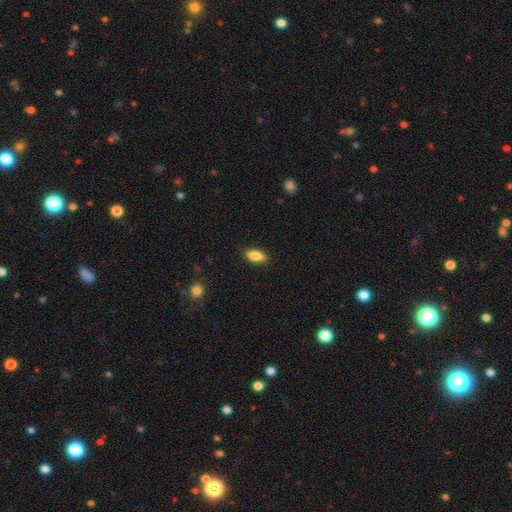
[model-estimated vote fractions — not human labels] A smooth galaxy with no disk features (83%) that is in between round and cigar-shaped (83%).

Vote fractions:
- Smooth or featured? smooth: 83% / featured or disk: 10% / star or artifact: 7%
- How rounded? in between: 83% / cigar-shaped: 13% / round: 4%
- Merging? none: 84% / minor disturbance: 13% / major disturbance: 2% / merger: 1%